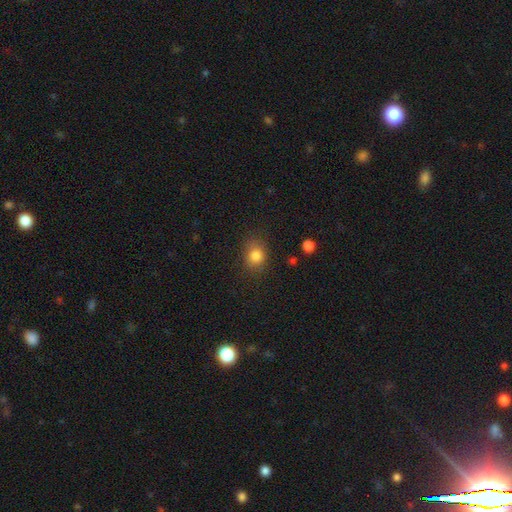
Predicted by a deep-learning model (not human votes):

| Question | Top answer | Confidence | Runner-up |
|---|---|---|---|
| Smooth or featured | smooth | 83% | star or artifact (11%) |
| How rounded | round | 58% | in between (41%) |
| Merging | none | 76% | minor disturbance (17%) |